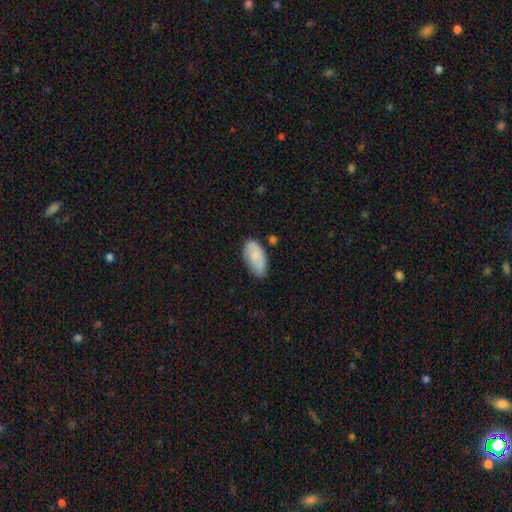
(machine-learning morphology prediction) This is likely a smooth galaxy (77%). How rounded: clearly in between (93%). Merging: likely none (67%).